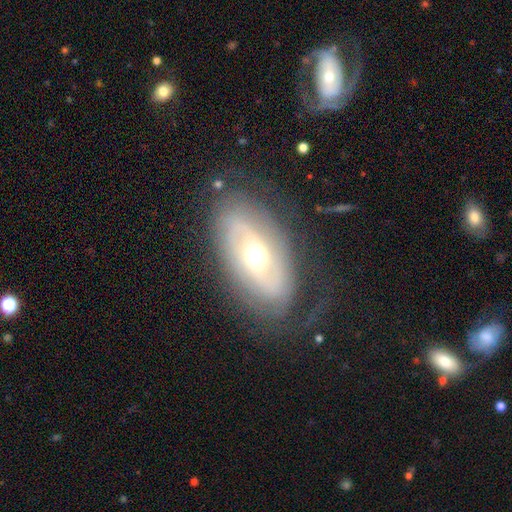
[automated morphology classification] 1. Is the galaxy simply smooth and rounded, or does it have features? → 75% featured or disk, 19% smooth, 7% star or artifact.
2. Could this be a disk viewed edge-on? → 91% no, 9% yes.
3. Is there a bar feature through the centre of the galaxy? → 54% no, 31% weak, 15% strong.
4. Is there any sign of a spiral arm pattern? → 77% yes, 23% no.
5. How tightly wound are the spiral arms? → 48% tight, 32% medium, 20% loose.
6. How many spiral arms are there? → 60% 2, 27% can't tell, 4% 3, 4% 1, 2% 4, 2% more than 4.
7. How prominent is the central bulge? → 72% moderate, 16% small, 10% large, 1% dominant, 1% none.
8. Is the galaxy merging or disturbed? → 71% none, 18% minor disturbance, 9% major disturbance, 2% merger.